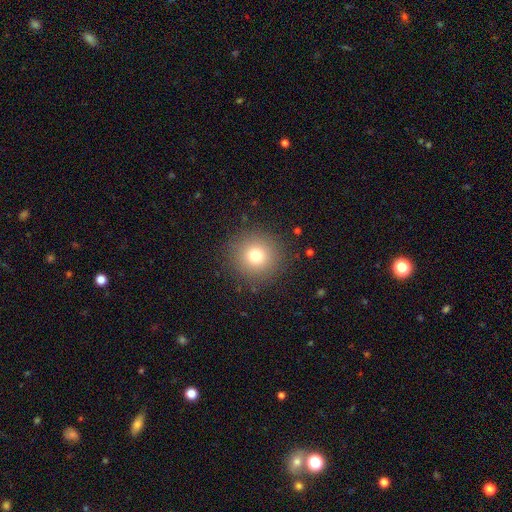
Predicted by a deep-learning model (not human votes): Smooth or featured?
  - smooth: 76% *
  - star or artifact: 14%
  - featured or disk: 10%
How rounded?
  - round: 94% *
  - in between: 5%
  - cigar-shaped: 1%
Merging?
  - none: 89% *
  - minor disturbance: 7%
  - major disturbance: 3%
  - merger: 1%